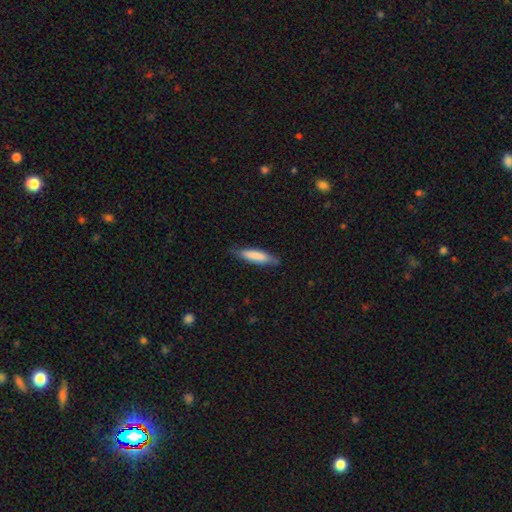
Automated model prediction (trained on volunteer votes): Smooth or featured? Predicted: smooth (p=0.77). How rounded? Predicted: cigar-shaped (p=0.74). Merging? Predicted: none (p=0.78).